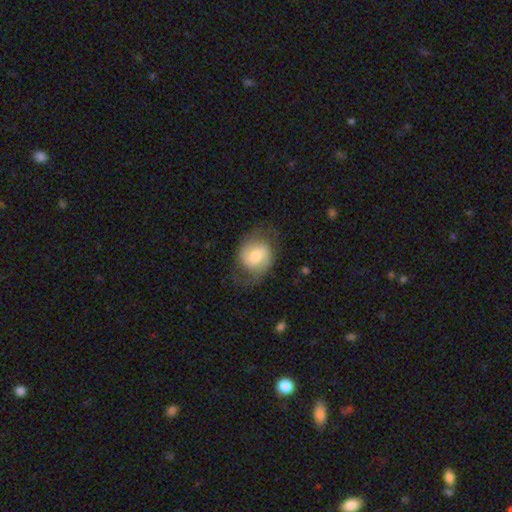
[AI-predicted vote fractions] A featured or disk galaxy (55%) with no bar (46%), spiral arms (85%) and a moderate central bulge (59%).

Vote fractions:
- Smooth or featured? featured or disk: 55% / smooth: 38% / star or artifact: 7%
- Edge-on disk? no: 97% / yes: 3%
- Bar? no: 46% / weak: 42% / strong: 11%
- Spiral arms? yes: 85% / no: 15%
- Bulge size? moderate: 59% / small: 27% / large: 10% / none: 2% / dominant: 2%
- Merging? none: 64% / minor disturbance: 21% / major disturbance: 14% / merger: 1%